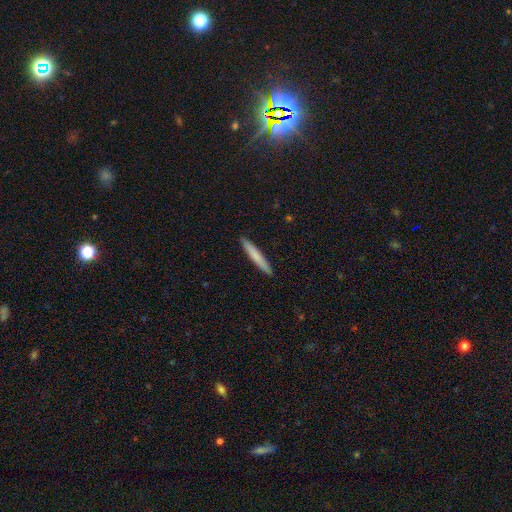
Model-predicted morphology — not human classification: smooth-or-featured: smooth: 74% | featured or disk: 21% | star or artifact: 5%
  how-rounded: cigar-shaped: 95% | in between: 3% | round: 1%
  merging: none: 92% | minor disturbance: 6% | major disturbance: 1% | merger: 1%